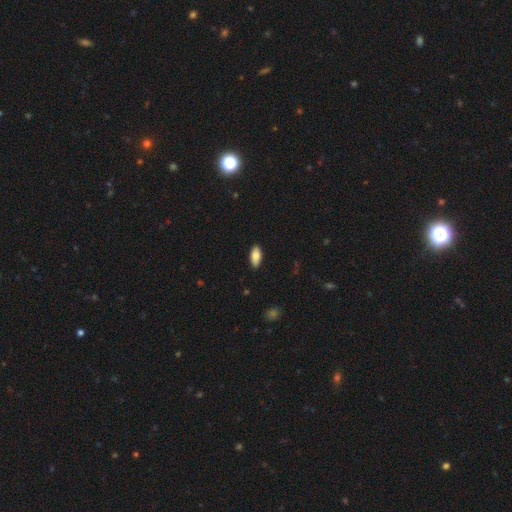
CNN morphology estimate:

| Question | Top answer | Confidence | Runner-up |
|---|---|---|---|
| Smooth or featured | smooth | 81% | featured or disk (13%) |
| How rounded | in between | 89% | cigar-shaped (8%) |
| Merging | none | 89% | minor disturbance (8%) |